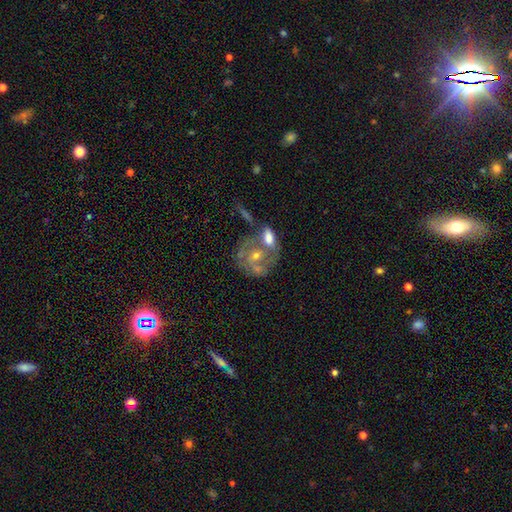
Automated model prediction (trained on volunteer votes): smooth_or_featured: featured or disk (p=0.62) [alt: smooth p=0.28]
disk_edge_on: no (p=0.96) [alt: yes p=0.04]
bar: no (p=0.78) [alt: weak p=0.18]
has_spiral_arms: no (p=0.50) [tied with: yes p=0.50]
bulge_size: moderate (p=0.49) [alt: small p=0.41]
merging: merger (p=0.44) [alt: none p=0.32]